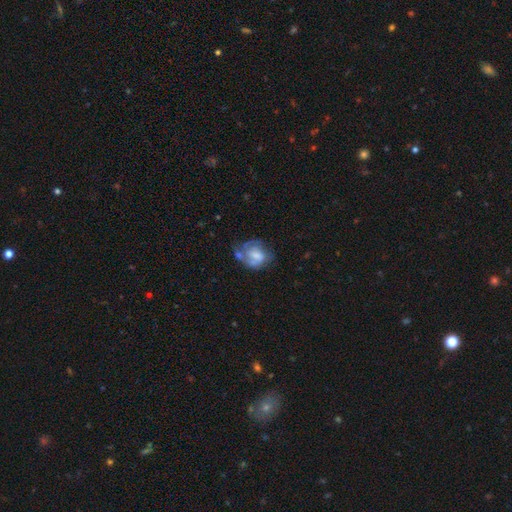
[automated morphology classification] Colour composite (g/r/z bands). It shows a featured or disk galaxy (64%) with no bar (49%), spiral arms (79%) and a moderate central bulge (34%). Merging: none (40%).